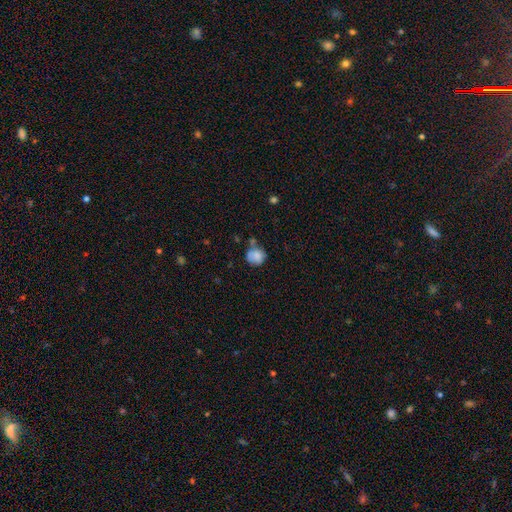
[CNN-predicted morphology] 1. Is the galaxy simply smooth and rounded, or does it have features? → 76% smooth, 14% featured or disk, 9% star or artifact.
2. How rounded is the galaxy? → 74% round, 25% in between, 1% cigar-shaped.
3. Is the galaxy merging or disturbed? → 47% none, 27% minor disturbance, 16% merger, 10% major disturbance.